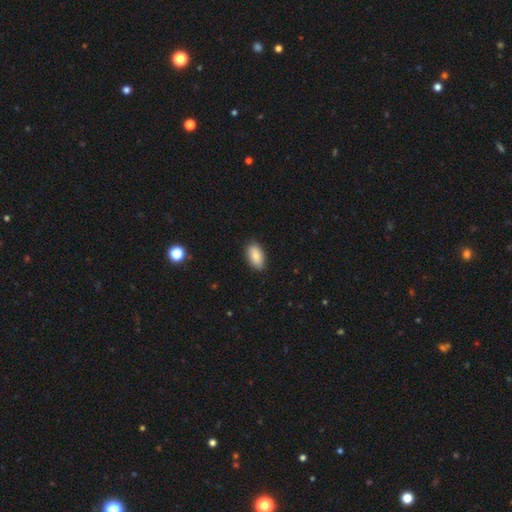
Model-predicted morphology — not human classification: Smooth or featured? smooth (86%)
How rounded? in between (93%)
Merging? none (87%)